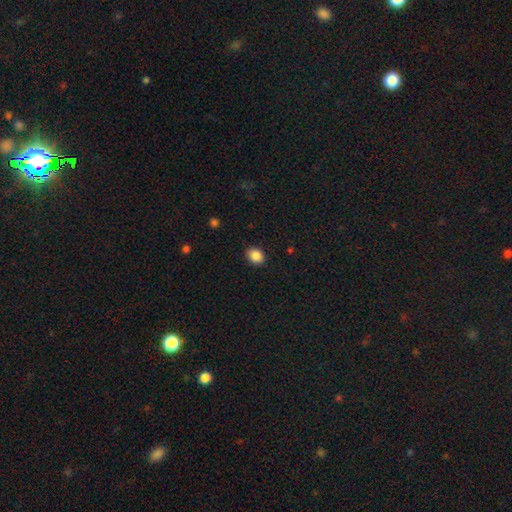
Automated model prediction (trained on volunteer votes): Smooth or featured? Predicted: smooth (p=0.87). How rounded? Predicted: round (p=0.53). Merging? Predicted: none (p=0.87).